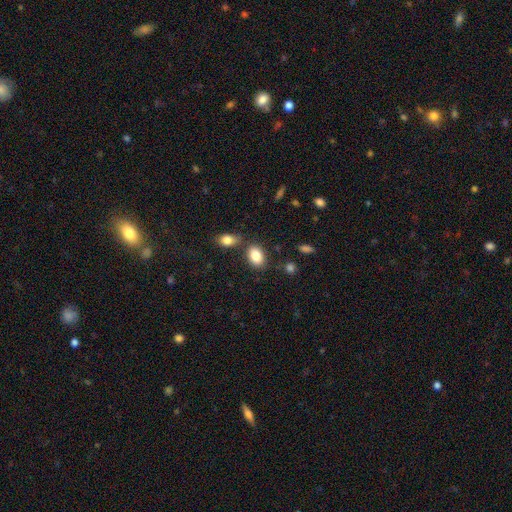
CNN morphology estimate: smooth_or_featured: smooth (p=0.85) [alt: star or artifact p=0.08]
how_rounded: in between (p=0.85) [alt: round p=0.14]
merging: none (p=0.72) [alt: minor disturbance p=0.13]